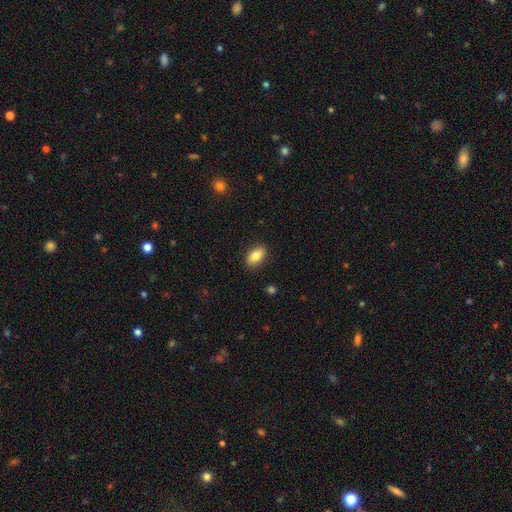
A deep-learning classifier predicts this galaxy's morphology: smooth-or-featured: smooth: 85% | featured or disk: 8% | star or artifact: 7%
  how-rounded: in between: 90% | round: 7% | cigar-shaped: 3%
  merging: none: 88% | minor disturbance: 9% | major disturbance: 2% | merger: 1%